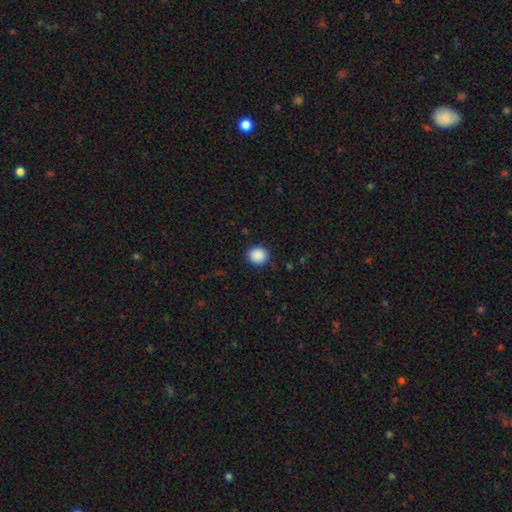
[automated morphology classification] The model was most divided on "how rounded": round: 84%, in between: 15%, cigar-shaped: 1%. More confident: merging — none (90%); smooth or featured — smooth (89%).